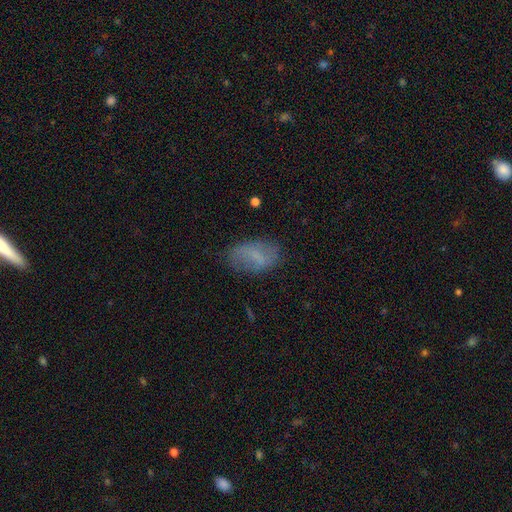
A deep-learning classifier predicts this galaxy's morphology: smooth 57%, featured or disk 33%, star or artifact 9%. Down the decision tree: how rounded — in between (90%); merging — none (67%).